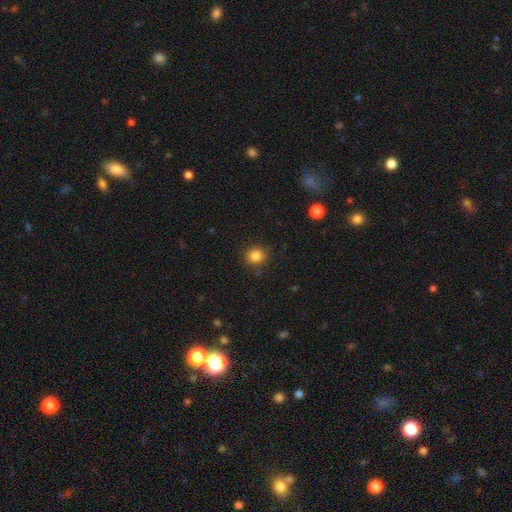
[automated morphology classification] smooth_or_featured: smooth (p=0.84) [alt: star or artifact p=0.11]
how_rounded: round (p=0.85) [alt: in between p=0.14]
merging: none (p=0.87) [alt: minor disturbance p=0.09]